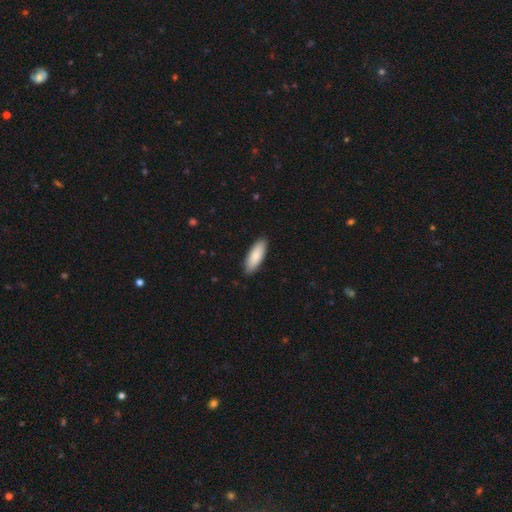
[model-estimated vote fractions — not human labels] smooth-or-featured: smooth: 86% | featured or disk: 9% | star or artifact: 5%
  how-rounded: in between: 64% | cigar-shaped: 35% | round: 1%
  merging: none: 89% | minor disturbance: 9% | major disturbance: 2% | merger: 1%